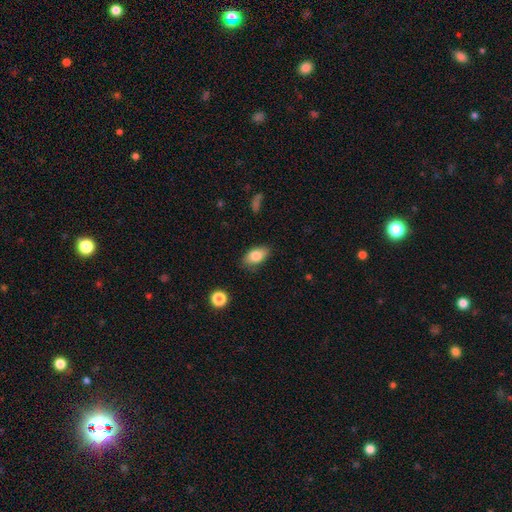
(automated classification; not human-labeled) smooth 83%, featured or disk 10%, star or artifact 7%. Down the decision tree: how rounded — in between (91%); merging — none (80%).